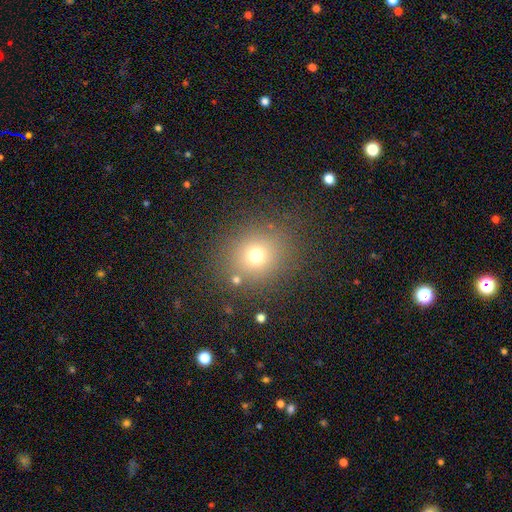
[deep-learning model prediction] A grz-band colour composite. It shows a smooth galaxy with no disk features (69%) that is round (81%). Merging: none (82%).